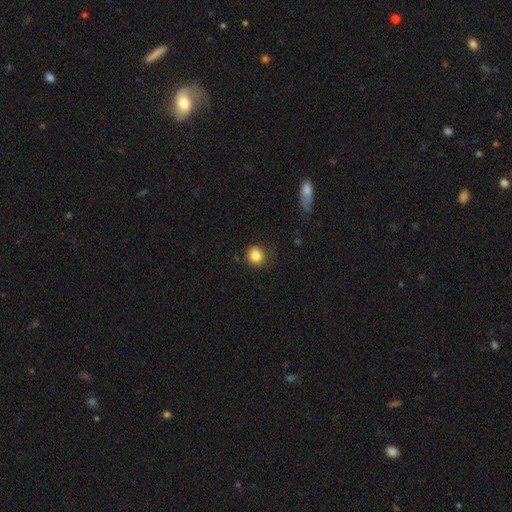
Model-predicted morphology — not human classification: type=smooth (84%); roundness=round (86%); merging=none (83%).